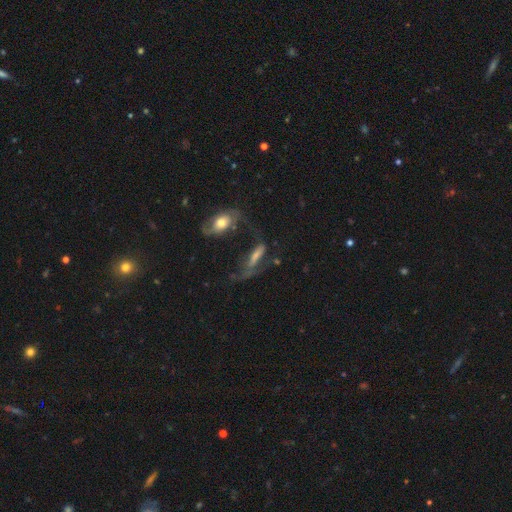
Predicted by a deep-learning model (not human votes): Smooth or featured? Predicted: featured or disk (p=0.51). Edge-on disk? Predicted: no (p=0.65). Merging? Predicted: major disturbance (p=0.34).